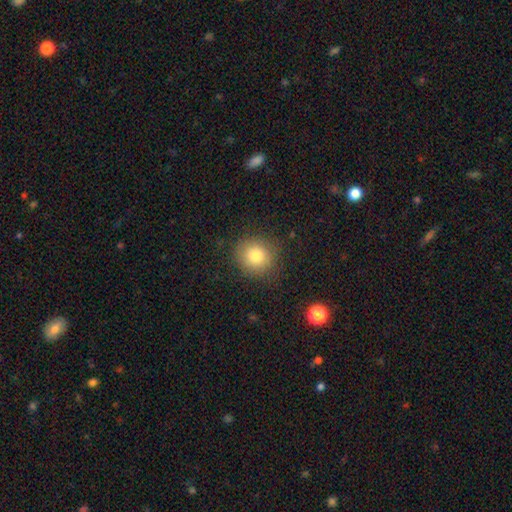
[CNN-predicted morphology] This is clearly a smooth galaxy (80%). How rounded: clearly round (87%). Merging: clearly none (86%).